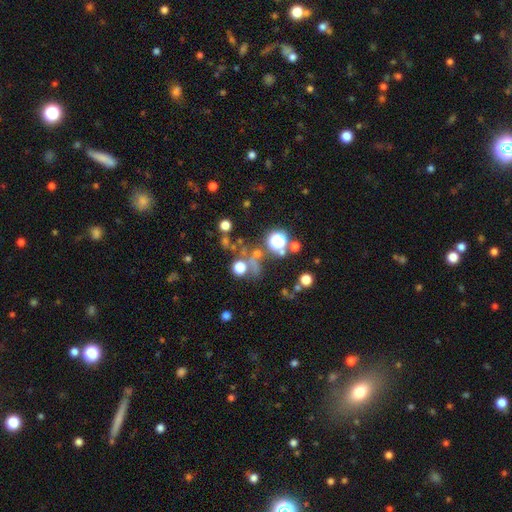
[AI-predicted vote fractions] This is likely a star or artifact rather than a galaxy (67%).